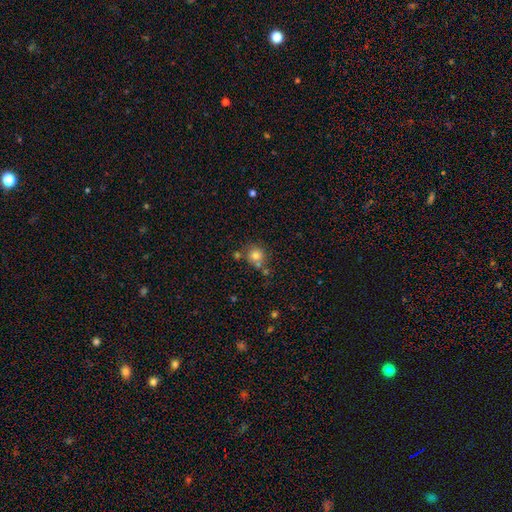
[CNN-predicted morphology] Smooth or featured? smooth (78%)
How rounded? round (86%)
Merging? none (65%)